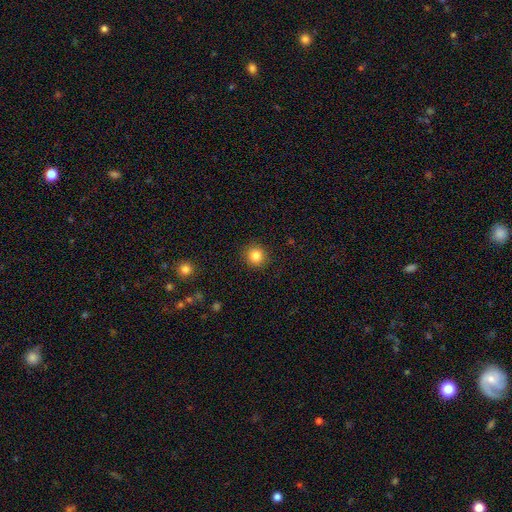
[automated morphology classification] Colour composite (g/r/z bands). It shows a smooth galaxy with no disk features (84%) that is round (93%). Merging: none (91%).